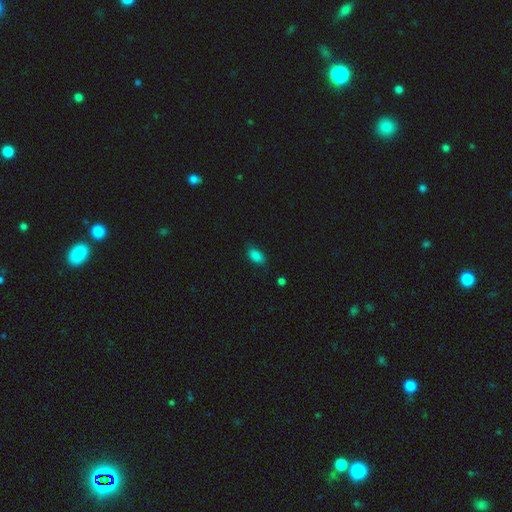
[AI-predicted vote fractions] Overall: smooth (85%). How rounded: in between (90%). Merging: none (78%).